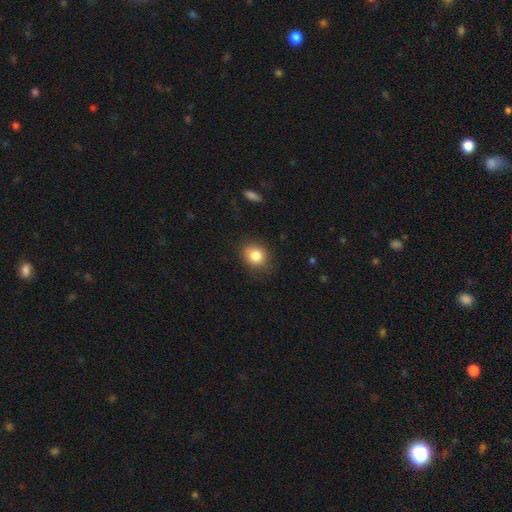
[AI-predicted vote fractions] smooth_or_featured: smooth (p=0.84) [alt: star or artifact p=0.09]
how_rounded: round (p=0.60) [alt: in between p=0.39]
merging: none (p=0.80) [alt: minor disturbance p=0.15]